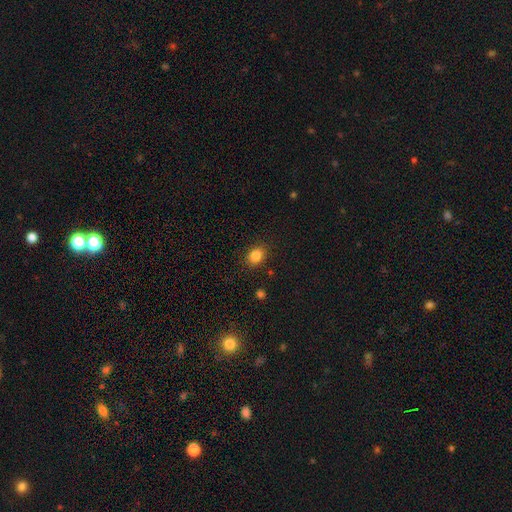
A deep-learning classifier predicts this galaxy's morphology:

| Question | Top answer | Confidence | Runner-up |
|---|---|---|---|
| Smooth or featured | smooth | 84% | star or artifact (10%) |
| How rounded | in between | 54% | round (46%) |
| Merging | none | 87% | minor disturbance (9%) |